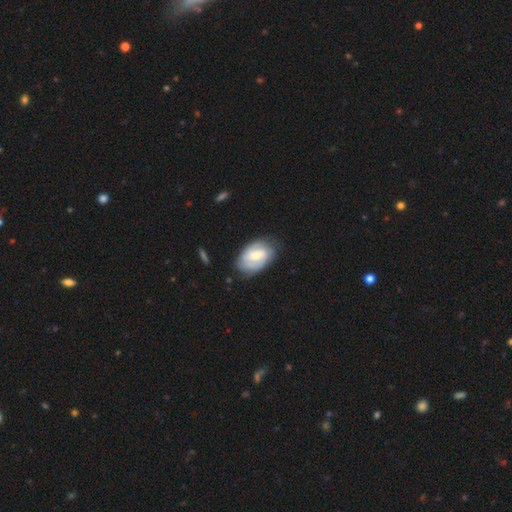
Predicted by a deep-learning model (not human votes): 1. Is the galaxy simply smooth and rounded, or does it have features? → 51% featured or disk, 43% smooth, 6% star or artifact.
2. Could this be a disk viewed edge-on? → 95% no, 5% yes.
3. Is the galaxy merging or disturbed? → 69% none, 23% minor disturbance, 6% major disturbance, 2% merger.